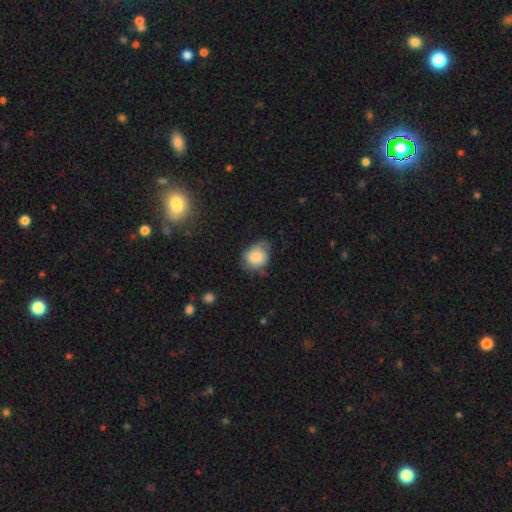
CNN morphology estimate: smooth-or-featured: smooth: 76% | featured or disk: 16% | star or artifact: 8%
  how-rounded: round: 55% | in between: 44% | cigar-shaped: 1%
  merging: none: 53% | minor disturbance: 35% | major disturbance: 11% | merger: 2%